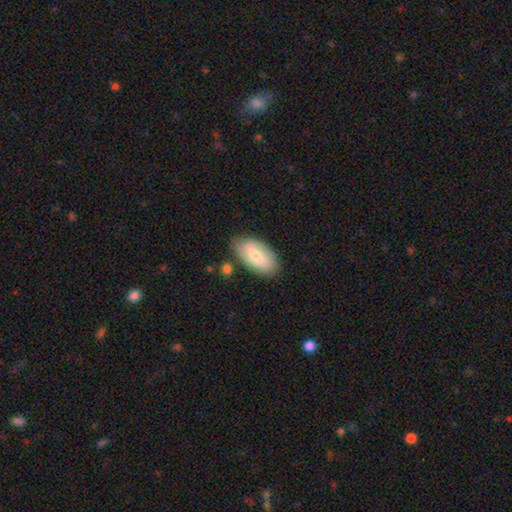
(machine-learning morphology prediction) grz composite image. It shows a smooth galaxy with no disk features (71%) that is in between round and cigar-shaped (94%). Merging: none (76%).